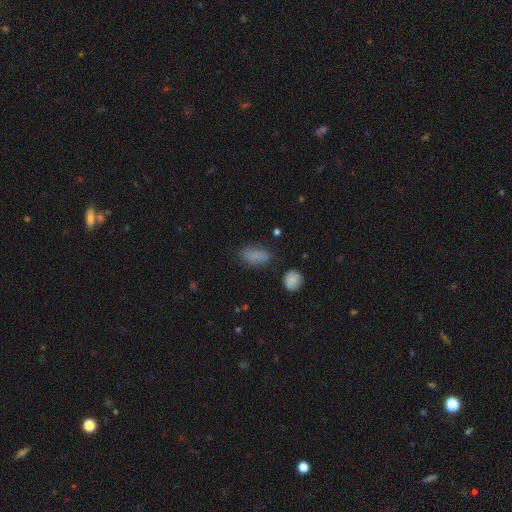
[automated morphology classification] Smooth or featured?
  - smooth: 83% *
  - star or artifact: 11%
  - featured or disk: 6%
How rounded?
  - in between: 89% *
  - round: 5%
  - cigar-shaped: 5%
Merging?
  - none: 72% *
  - minor disturbance: 18%
  - major disturbance: 6%
  - merger: 4%